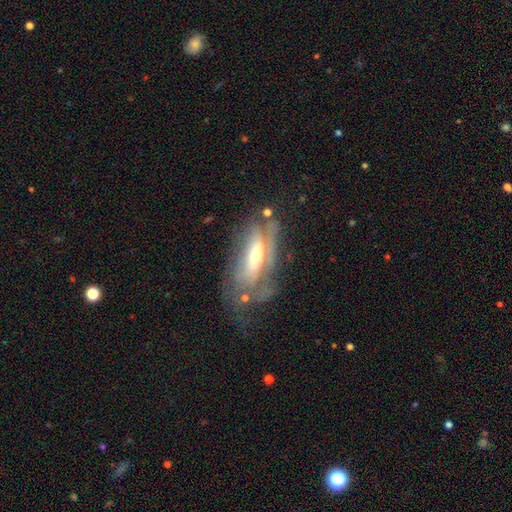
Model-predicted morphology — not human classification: Smooth or featured? Predicted: featured or disk (p=0.69). Edge-on disk? Predicted: no (p=0.75). Bar? Predicted: no (p=0.48). Spiral arms? Predicted: yes (p=0.66). Bulge size? Predicted: moderate (p=0.53). Merging? Predicted: none (p=0.41).